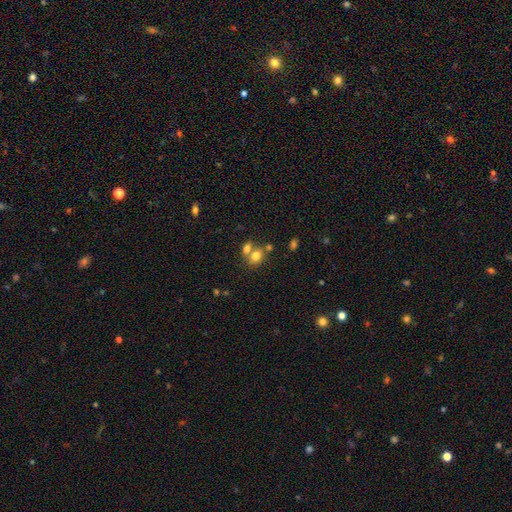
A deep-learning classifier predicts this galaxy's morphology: This appears to be a smooth galaxy with no disk features (76%) that is in between round and cigar-shaped (56%). Merging: merger (46%).